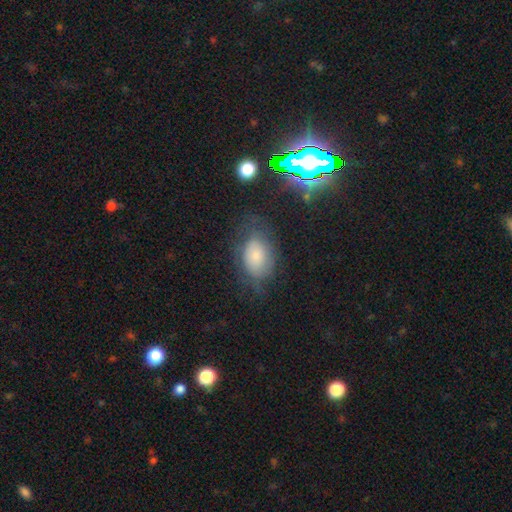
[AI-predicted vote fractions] The model was most divided on "merging": none: 56%, minor disturbance: 26%, major disturbance: 16%, merger: 2%. More confident: how rounded — in between (85%); smooth or featured — smooth (66%).